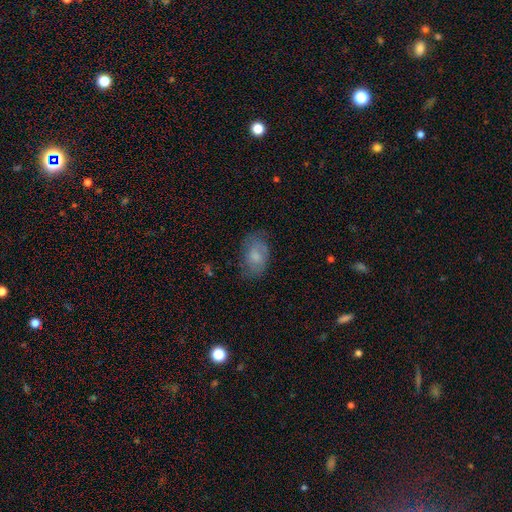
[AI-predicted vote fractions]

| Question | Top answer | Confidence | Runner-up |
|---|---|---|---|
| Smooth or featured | smooth | 64% | featured or disk (28%) |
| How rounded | in between | 88% | round (10%) |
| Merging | none | 65% | minor disturbance (25%) |